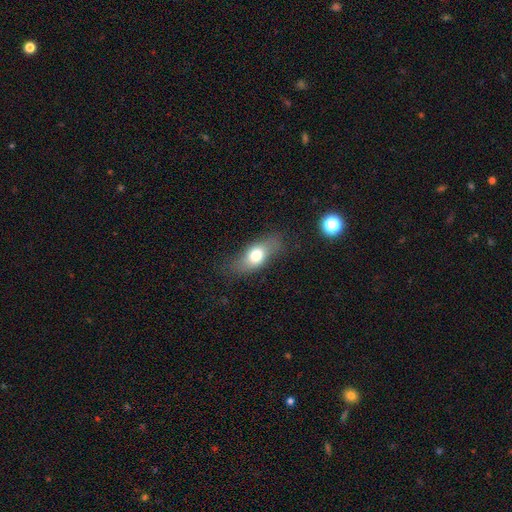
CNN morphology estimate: The model was most divided on "merging": none: 66%, minor disturbance: 22%, major disturbance: 9%, merger: 2%. More confident: how rounded — in between (78%); smooth or featured — smooth (69%).